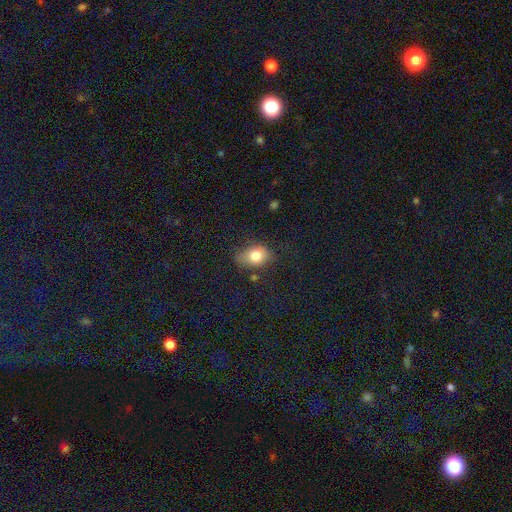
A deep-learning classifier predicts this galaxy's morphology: A smooth galaxy with no disk features (79%) that is in between round and cigar-shaped (72%).

Vote fractions:
- Smooth or featured? smooth: 79% / featured or disk: 12% / star or artifact: 9%
- How rounded? in between: 72% / round: 26% / cigar-shaped: 2%
- Merging? none: 60% / minor disturbance: 27% / major disturbance: 9% / merger: 3%